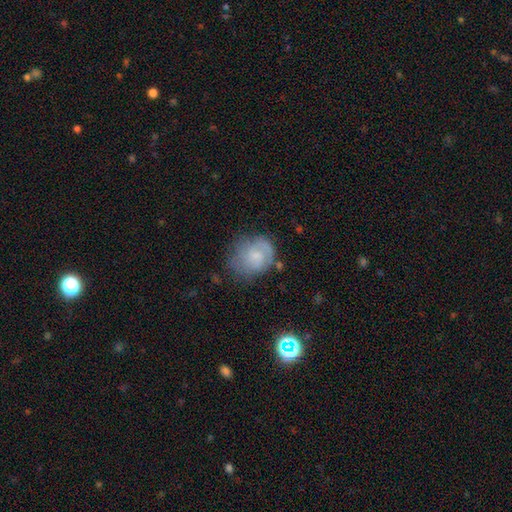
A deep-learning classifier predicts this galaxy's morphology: This appears to be a featured or disk galaxy (48%). Merging: none (56%).